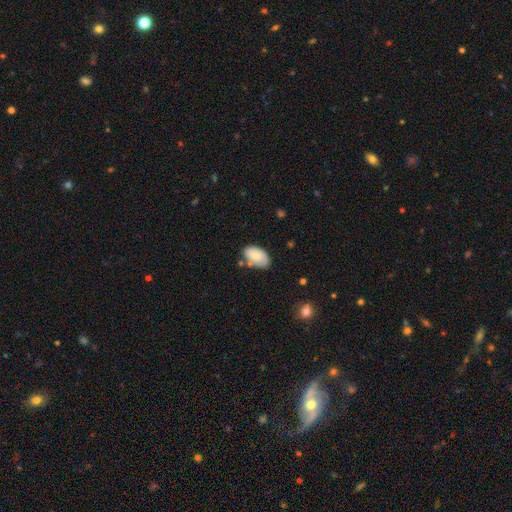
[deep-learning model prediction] smooth_or_featured: smooth (p=0.80) [alt: featured or disk p=0.13]
how_rounded: in between (p=0.94) [alt: round p=0.05]
merging: none (p=0.65) [alt: minor disturbance p=0.22]